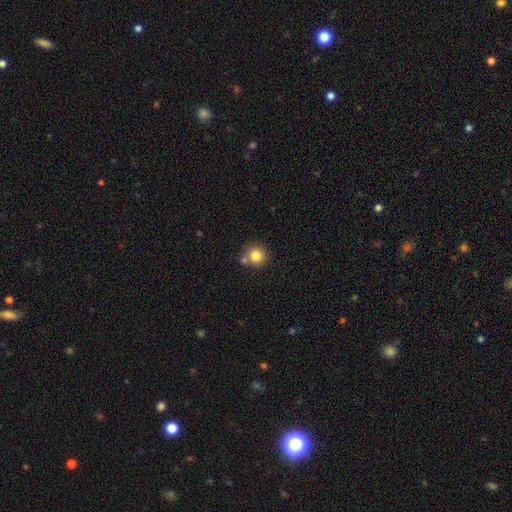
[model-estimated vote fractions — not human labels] Smooth or featured: smooth — 82% (star or artifact — 10%)
How rounded: round — 92% (in between — 7%)
Merging: none — 68% (merger — 19%)